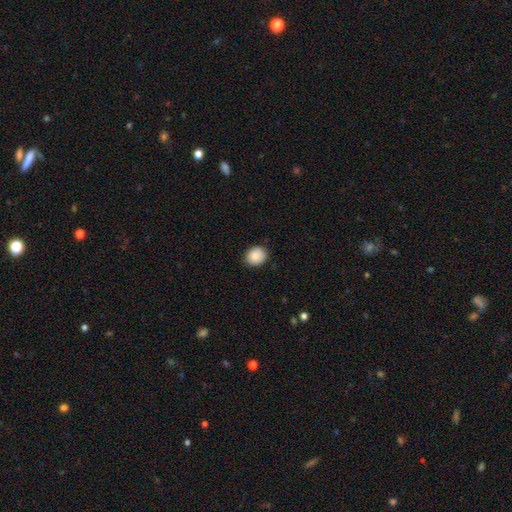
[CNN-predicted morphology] A smooth galaxy with no disk features (87%) that is round (68%).

Vote fractions:
- Smooth or featured? smooth: 87% / star or artifact: 8% / featured or disk: 5%
- How rounded? round: 68% / in between: 31% / cigar-shaped: 1%
- Merging? none: 86% / minor disturbance: 11% / major disturbance: 2% / merger: 1%